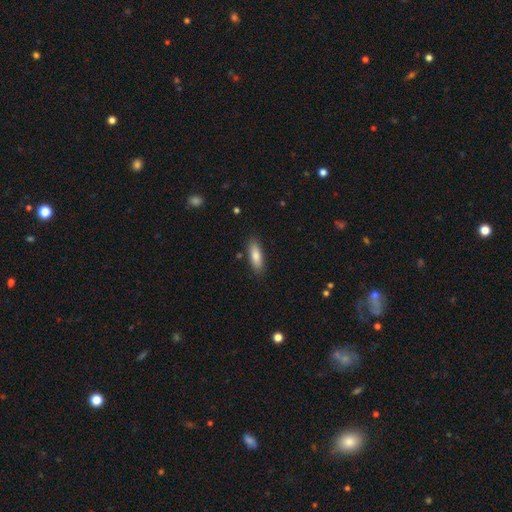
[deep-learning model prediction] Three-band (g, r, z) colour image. It shows a smooth galaxy with no disk features (81%) that is in between round and cigar-shaped (57%). Merging: none (85%).